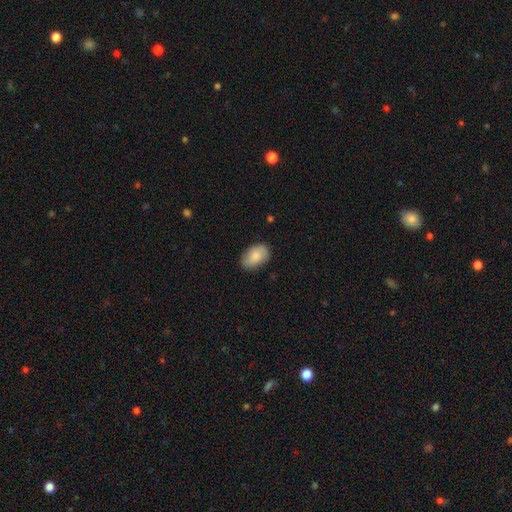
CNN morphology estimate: type=smooth (81%); roundness=in between (89%); merging=none (82%).